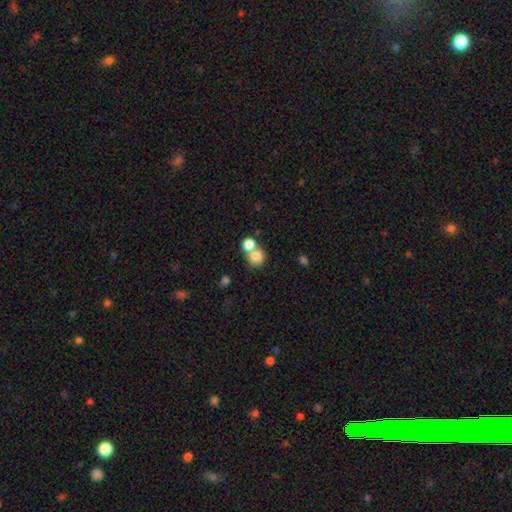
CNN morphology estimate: The model was most divided on "merging": merger: 53%, none: 36%, minor disturbance: 7%, major disturbance: 4%. More confident: how rounded — round (81%); smooth or featured — smooth (79%).